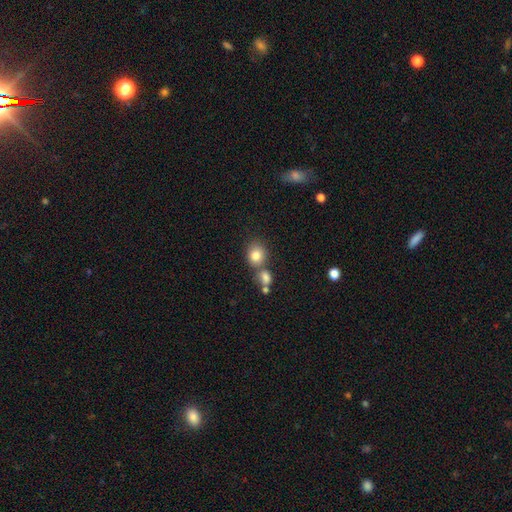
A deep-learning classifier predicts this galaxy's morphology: smooth 81%, star or artifact 11%, featured or disk 9%. Down the decision tree: how rounded — round (69%); merging — none (55%).